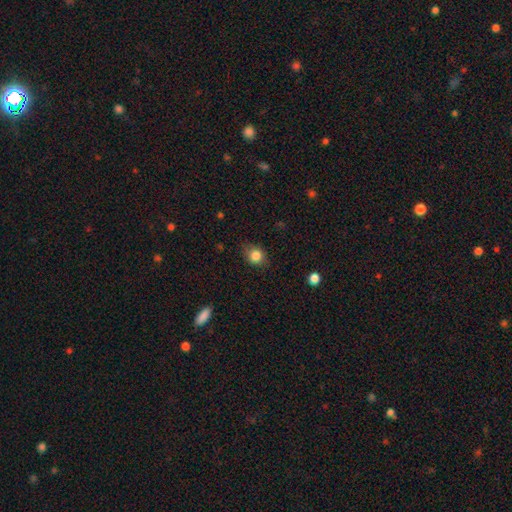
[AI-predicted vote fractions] smooth_or_featured: smooth (p=0.84) [alt: star or artifact p=0.10]
how_rounded: round (p=0.60) [alt: in between p=0.38]
merging: none (p=0.75) [alt: minor disturbance p=0.19]